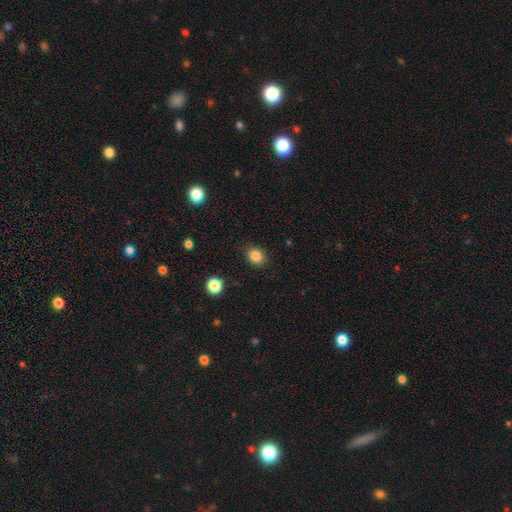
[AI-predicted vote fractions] Smooth or featured? smooth (85%)
How rounded? round (60%)
Merging? none (87%)